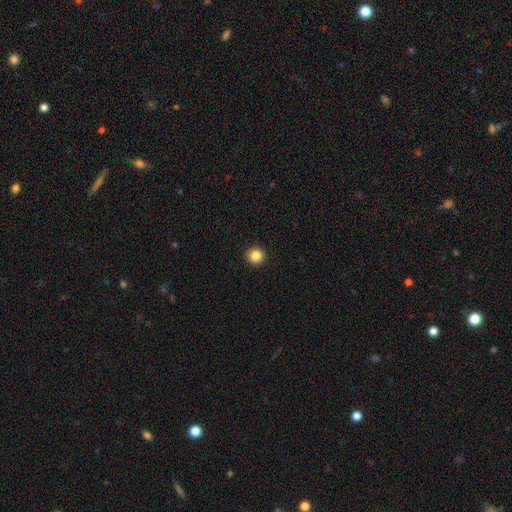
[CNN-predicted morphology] Smooth or featured? Predicted: smooth (p=0.86). How rounded? Predicted: round (p=0.95). Merging? Predicted: none (p=0.93).